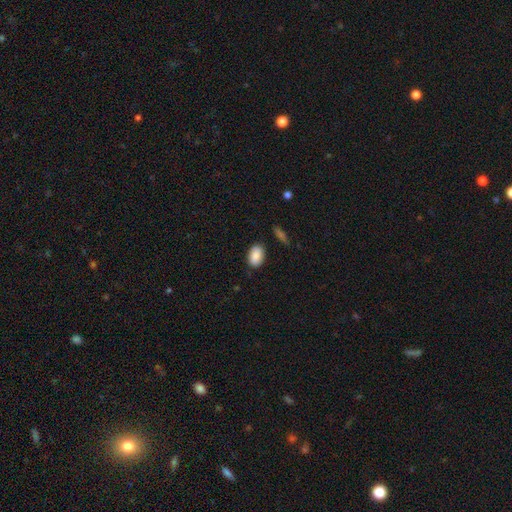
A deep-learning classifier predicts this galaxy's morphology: smooth 88%, star or artifact 7%, featured or disk 5%. Down the decision tree: how rounded — in between (90%); merging — none (83%).